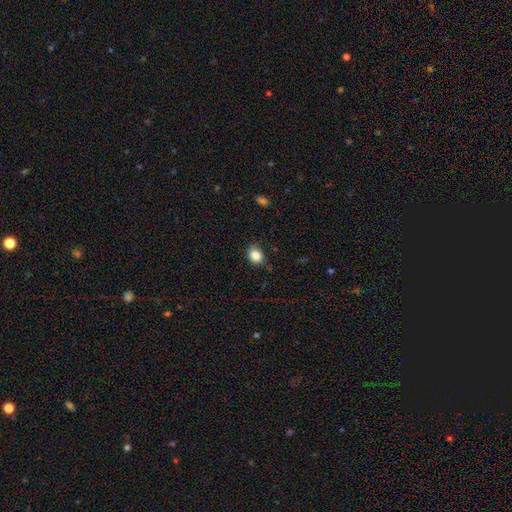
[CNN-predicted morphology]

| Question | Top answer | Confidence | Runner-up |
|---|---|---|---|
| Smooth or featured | smooth | 85% | star or artifact (10%) |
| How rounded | round | 54% | in between (45%) |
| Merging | none | 79% | minor disturbance (16%) |